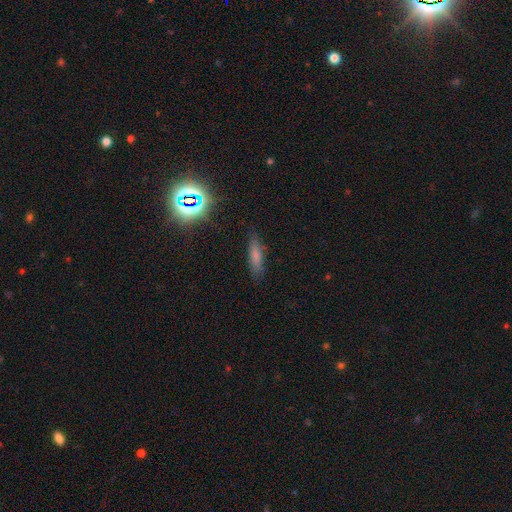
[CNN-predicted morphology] A smooth galaxy with no disk features (71%) that is cigar-shaped (64%). Merging: none (82%).